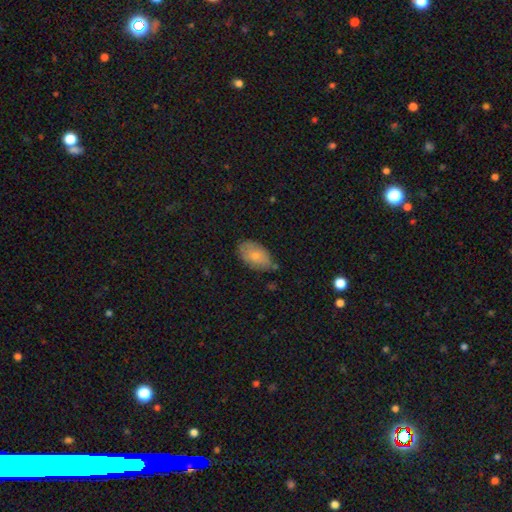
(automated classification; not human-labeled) Smooth or featured? Predicted: smooth (p=0.75). How rounded? Predicted: in between (p=0.92). Merging? Predicted: none (p=0.69).